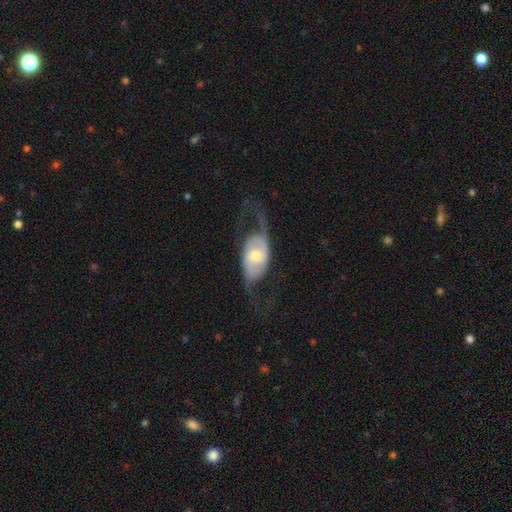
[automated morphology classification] The model was most divided on "bar": no: 53%, weak: 33%, strong: 14%. More confident: edge-on disk — no (93%); spiral arm count — 2 (91%); spiral arms — yes (90%); smooth or featured — featured or disk (79%); spiral winding — loose (69%); merging — none (60%); bulge size — moderate (58%).